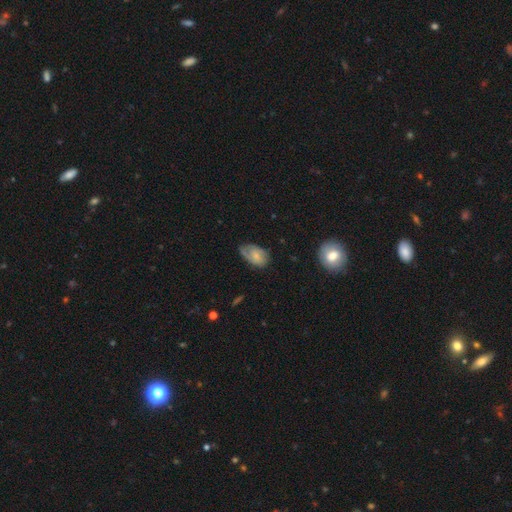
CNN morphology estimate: A smooth galaxy with no disk features (55%) that is in between round and cigar-shaped (89%).

Vote fractions:
- Smooth or featured? smooth: 55% / featured or disk: 37% / star or artifact: 8%
- How rounded? in between: 89% / round: 9% / cigar-shaped: 2%
- Merging? none: 50% / minor disturbance: 34% / major disturbance: 14% / merger: 2%